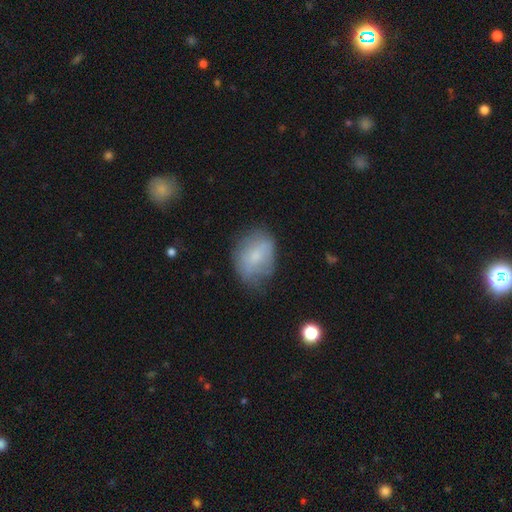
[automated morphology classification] This is likely a smooth galaxy (68%). How rounded: likely in between (71%). Merging: possibly none (52%).